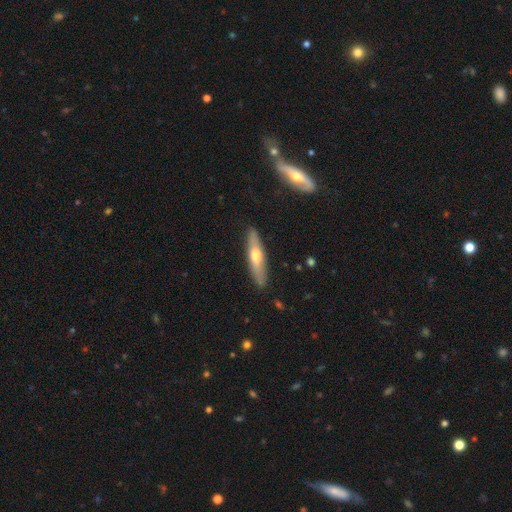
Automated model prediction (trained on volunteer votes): Smooth or featured: smooth — 52% (featured or disk — 43%)
How rounded: cigar-shaped — 80% (in between — 18%)
Merging: none — 88% (minor disturbance — 9%)